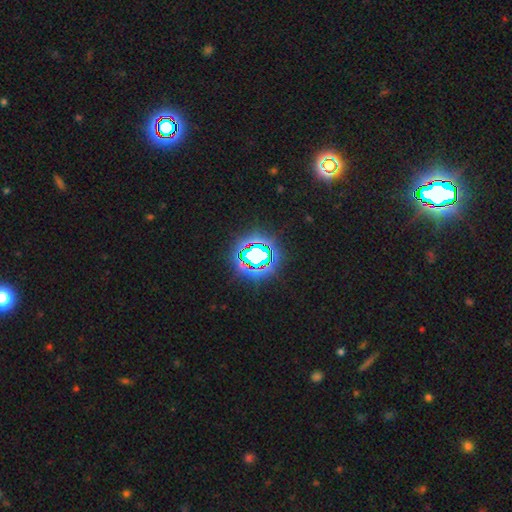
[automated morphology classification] Smooth or featured: star or artifact — 69% (smooth — 19%)